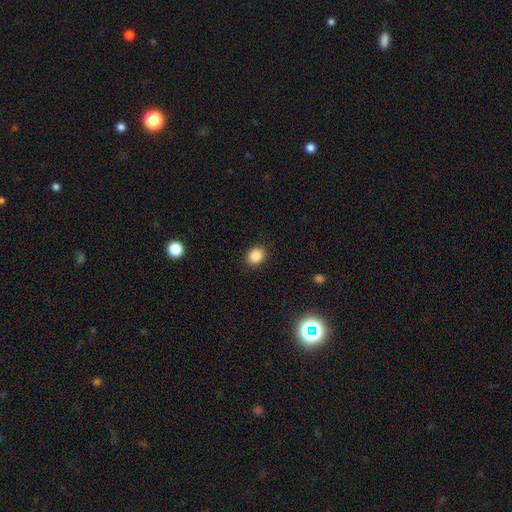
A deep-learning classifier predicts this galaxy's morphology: This appears to be a smooth galaxy with no disk features (86%) that is in between round and cigar-shaped (51%). Merging: none (89%).